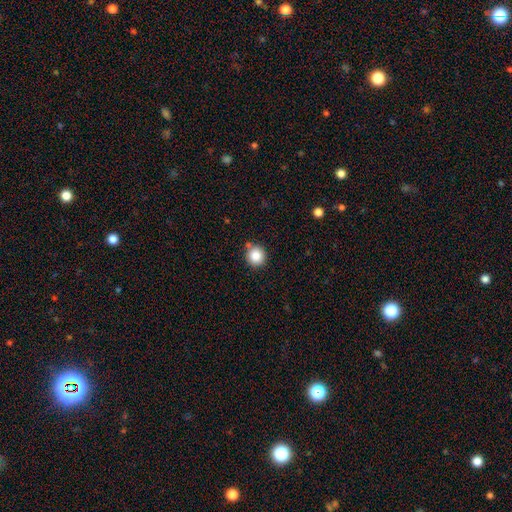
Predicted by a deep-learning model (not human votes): A smooth galaxy with no disk features (86%) that is round (93%). Merging: none (82%).